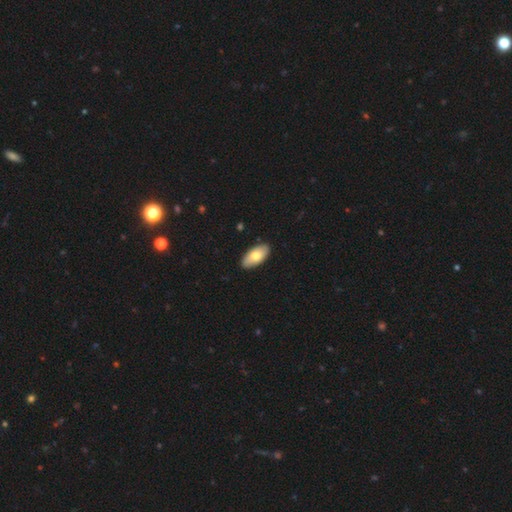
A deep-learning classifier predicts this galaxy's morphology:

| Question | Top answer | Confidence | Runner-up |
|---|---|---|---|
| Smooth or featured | smooth | 73% | featured or disk (22%) |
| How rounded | in between | 94% | cigar-shaped (4%) |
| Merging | none | 90% | minor disturbance (8%) |